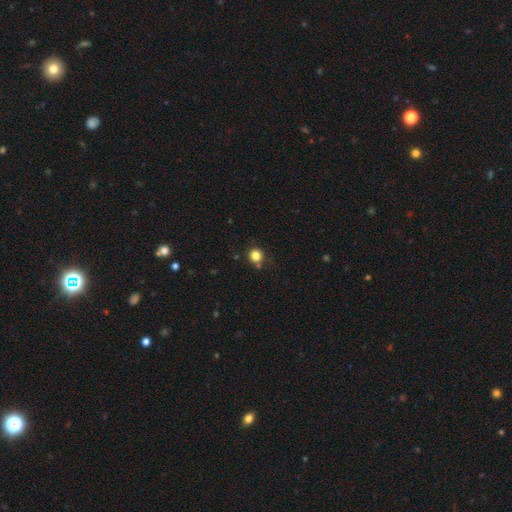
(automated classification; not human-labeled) smooth_or_featured: smooth (p=0.82) [alt: star or artifact p=0.13]
how_rounded: round (p=0.93) [alt: in between p=0.06]
merging: none (p=0.79) [alt: minor disturbance p=0.11]